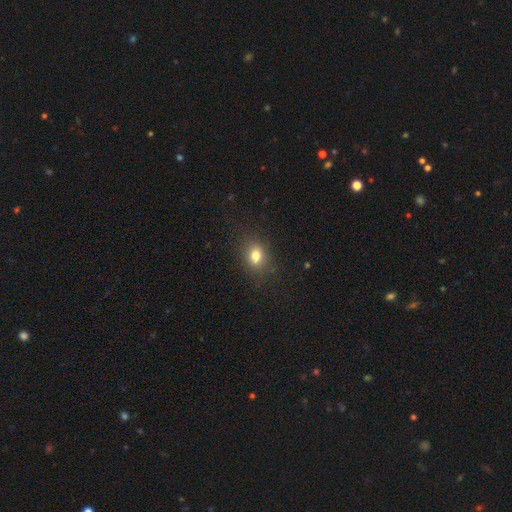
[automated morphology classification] Q: Smooth or featured?
A: smooth (79%); runner-up: star or artifact (13%)
Q: How rounded?
A: in between (54%); runner-up: round (44%)
Q: Merging?
A: none (85%); runner-up: minor disturbance (11%)